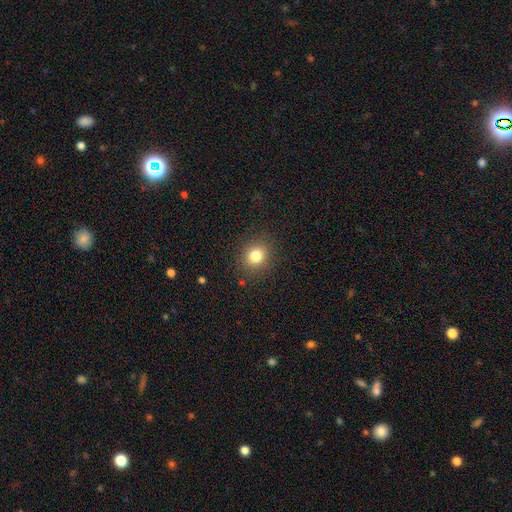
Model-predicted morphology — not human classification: Smooth or featured?
  - smooth: 80% *
  - star or artifact: 13%
  - featured or disk: 7%
How rounded?
  - round: 78% *
  - in between: 21%
  - cigar-shaped: 1%
Merging?
  - none: 88% *
  - minor disturbance: 8%
  - major disturbance: 3%
  - merger: 1%